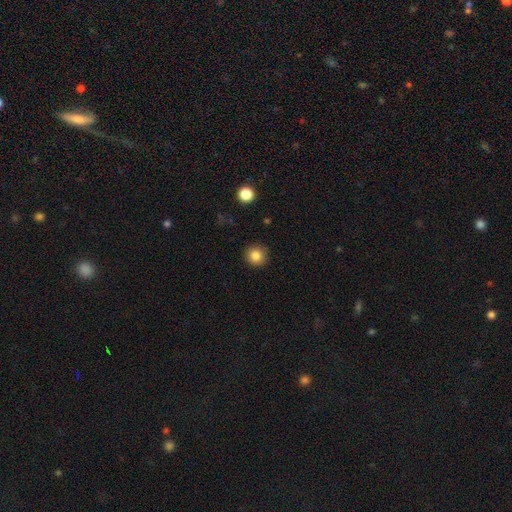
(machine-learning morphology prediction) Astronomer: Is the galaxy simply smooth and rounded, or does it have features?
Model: smooth — 84%.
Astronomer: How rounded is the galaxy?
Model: round — 94%.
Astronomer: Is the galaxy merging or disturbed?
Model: none — 90%.